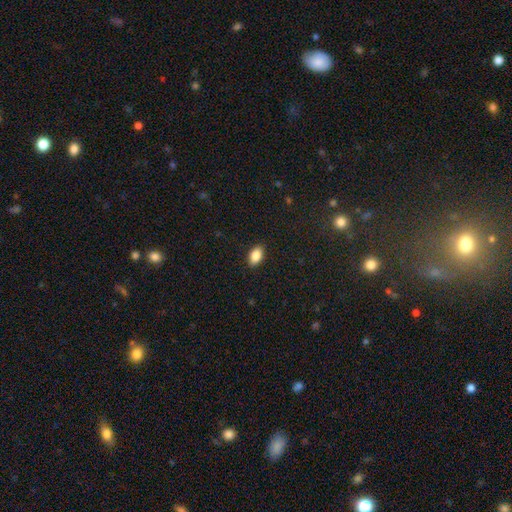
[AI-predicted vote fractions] The model was most divided on "smooth or featured": smooth: 86%, star or artifact: 8%, featured or disk: 6%. More confident: how rounded — in between (91%); merging — none (89%).